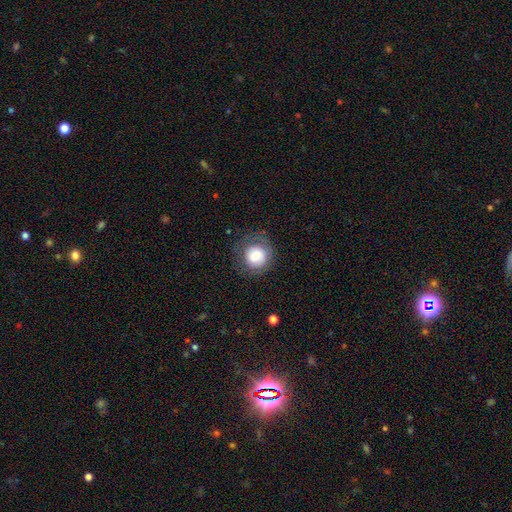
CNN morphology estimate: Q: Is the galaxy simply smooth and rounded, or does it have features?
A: smooth — 77%.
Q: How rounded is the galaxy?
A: round — 88%.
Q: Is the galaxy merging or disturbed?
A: none — 74%.